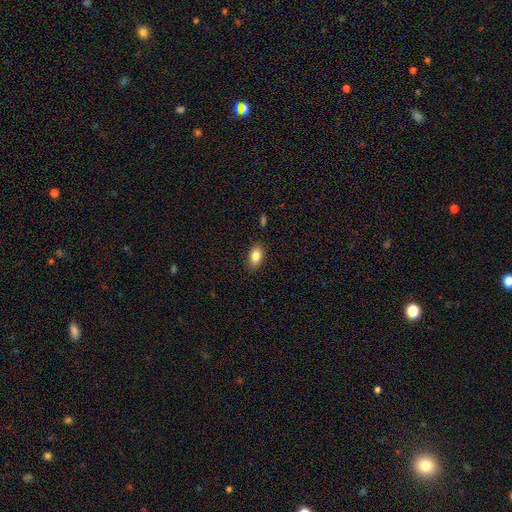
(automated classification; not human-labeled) Morphology: type=smooth (84%); roundness=in between (89%); merging=none (86%).